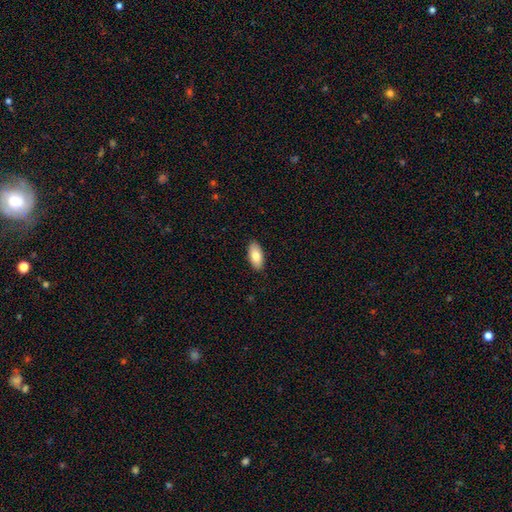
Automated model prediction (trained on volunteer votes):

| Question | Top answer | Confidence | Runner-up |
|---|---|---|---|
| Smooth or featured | smooth | 82% | featured or disk (12%) |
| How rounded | in between | 91% | cigar-shaped (7%) |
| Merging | none | 90% | minor disturbance (8%) |